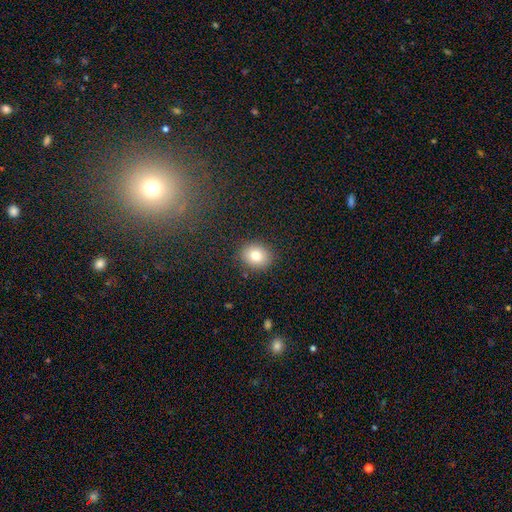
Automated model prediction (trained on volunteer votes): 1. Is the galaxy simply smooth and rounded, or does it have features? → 78% smooth, 11% star or artifact, 11% featured or disk.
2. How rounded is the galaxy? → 64% round, 35% in between, 1% cigar-shaped.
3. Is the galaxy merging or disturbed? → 88% none, 8% minor disturbance, 3% major disturbance, 1% merger.